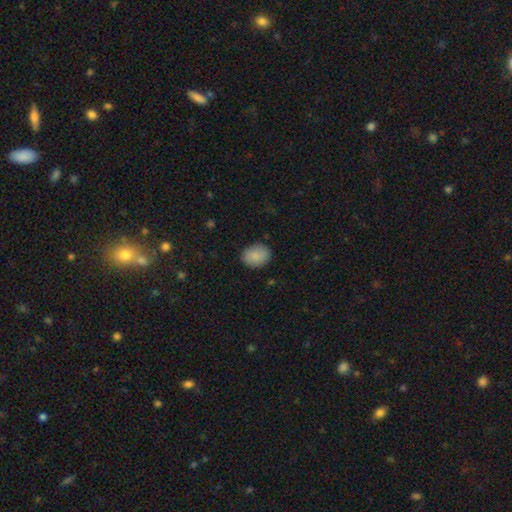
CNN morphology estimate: Smooth or featured: smooth — 88% (star or artifact — 7%)
How rounded: in between — 52% (round — 47%)
Merging: none — 87% (minor disturbance — 10%)